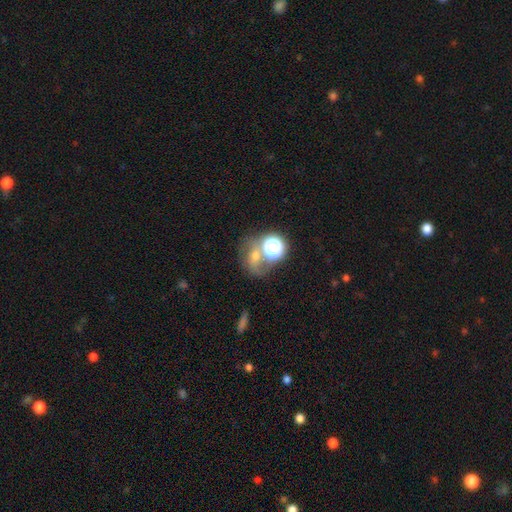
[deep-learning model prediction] Smooth or featured? Predicted: smooth (p=0.46). Merging? Predicted: none (p=0.45).